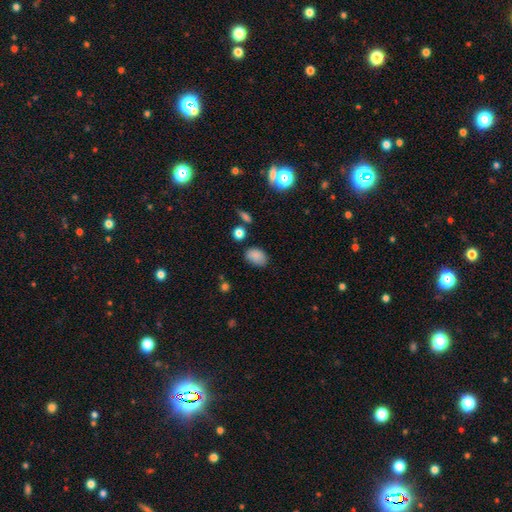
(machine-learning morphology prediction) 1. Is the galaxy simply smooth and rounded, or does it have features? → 84% smooth, 10% star or artifact, 5% featured or disk.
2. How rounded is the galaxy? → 80% in between, 18% round, 1% cigar-shaped.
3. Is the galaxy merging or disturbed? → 71% none, 21% minor disturbance, 5% major disturbance, 3% merger.